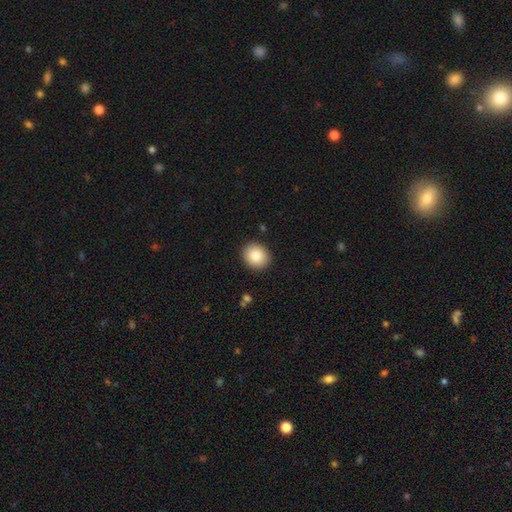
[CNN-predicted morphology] smooth 84%, star or artifact 8%, featured or disk 8%. Down the decision tree: how rounded — round (69%); merging — none (90%).